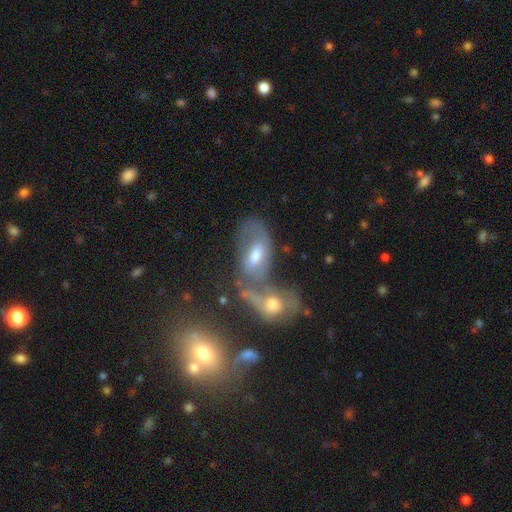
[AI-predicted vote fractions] Smooth or featured: featured or disk — 63% (smooth — 24%)
Edge-on disk: no — 93% (yes — 7%)
Bar: no — 45% (weak — 40%)
Spiral arms: yes — 72% (no — 28%)
Bulge size: moderate — 63% (small — 21%)
Merging: merger — 41% (none — 35%)